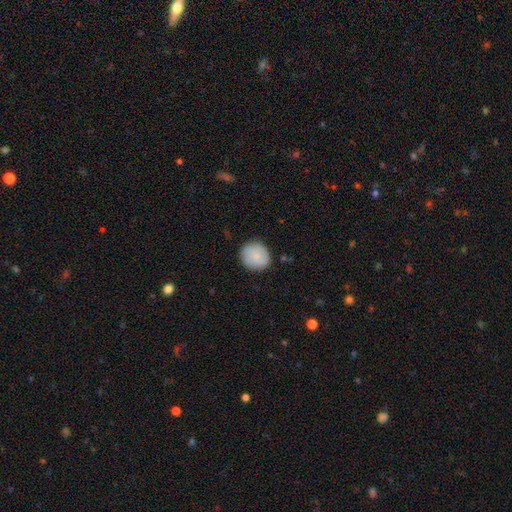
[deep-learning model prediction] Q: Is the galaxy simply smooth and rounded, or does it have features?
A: smooth — 79%.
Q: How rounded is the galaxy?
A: round — 87%.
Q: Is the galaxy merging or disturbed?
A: none — 85%.